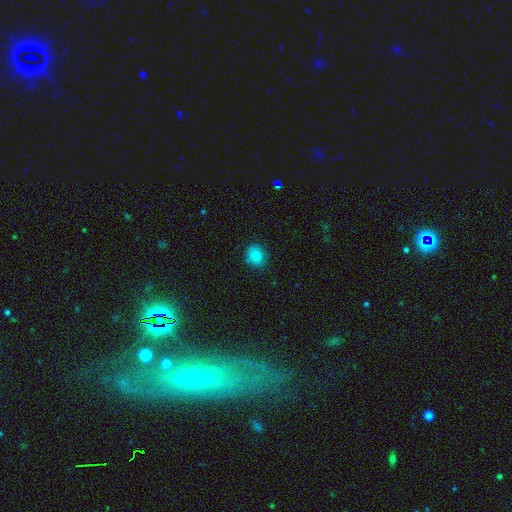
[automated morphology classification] Smooth or featured?
  - smooth: 84% *
  - star or artifact: 10%
  - featured or disk: 6%
How rounded?
  - round: 67% *
  - in between: 32%
  - cigar-shaped: 1%
Merging?
  - none: 84% *
  - minor disturbance: 12%
  - major disturbance: 3%
  - merger: 1%